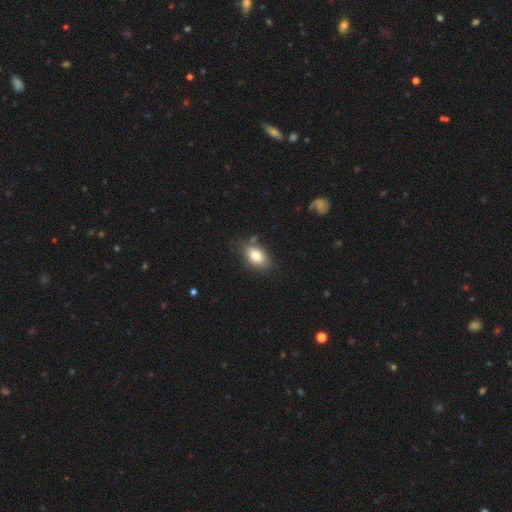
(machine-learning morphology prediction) Q: Smooth or featured?
A: smooth (81%); runner-up: featured or disk (11%)
Q: How rounded?
A: in between (89%); runner-up: round (9%)
Q: Merging?
A: none (75%); runner-up: minor disturbance (17%)